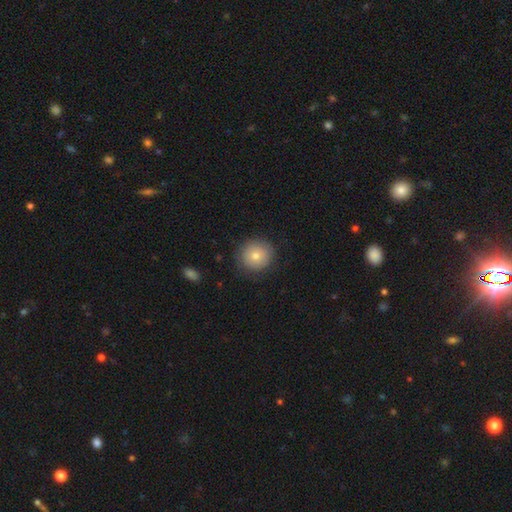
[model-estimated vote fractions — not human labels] A smooth galaxy with no disk features (73%) that is round (92%). Merging: none (84%).